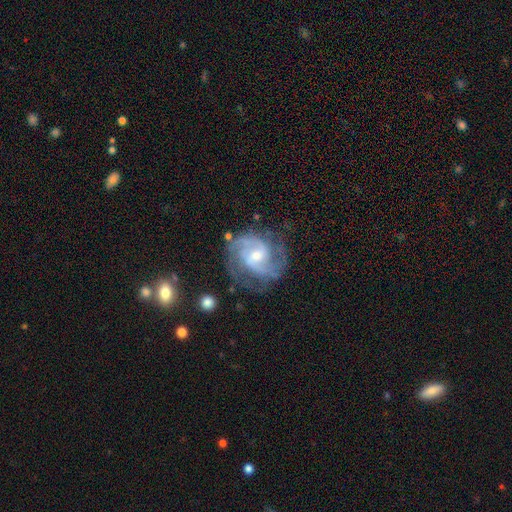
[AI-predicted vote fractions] The model was most divided on "bulge size": moderate: 51%, small: 43%, large: 3%, none: 2%, dominant: 1%. More confident: edge-on disk — no (98%); spiral arms — yes (96%); smooth or featured — featured or disk (88%); merging — none (67%); spiral arm count — 2 (63%); bar — weak (52%); spiral winding — medium (52%).